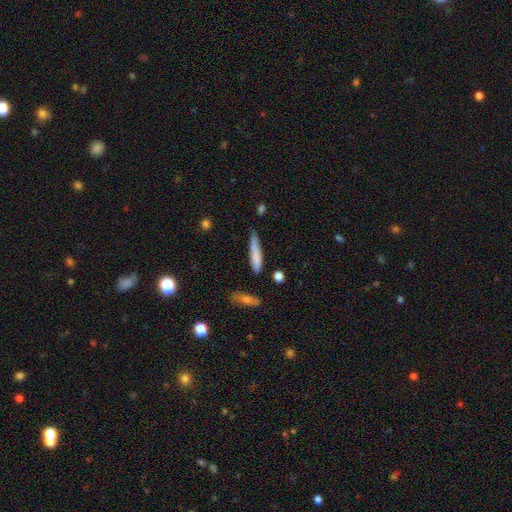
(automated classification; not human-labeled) smooth 76%, featured or disk 17%, star or artifact 6%. Down the decision tree: how rounded — cigar-shaped (89%); merging — none (68%).